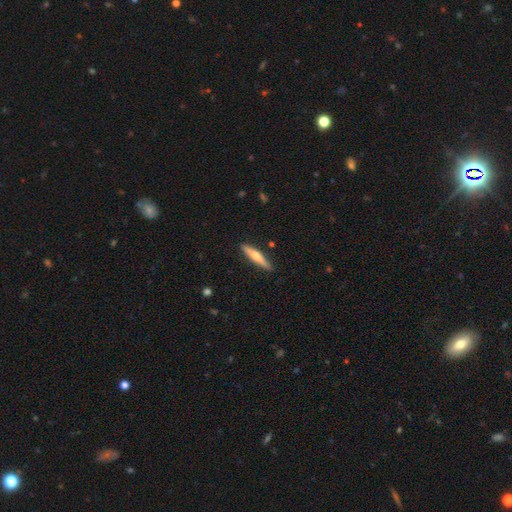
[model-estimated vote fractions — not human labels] The model was most divided on "smooth or featured": featured or disk: 48%, smooth: 47%, star or artifact: 5%. More confident: merging — none (89%).